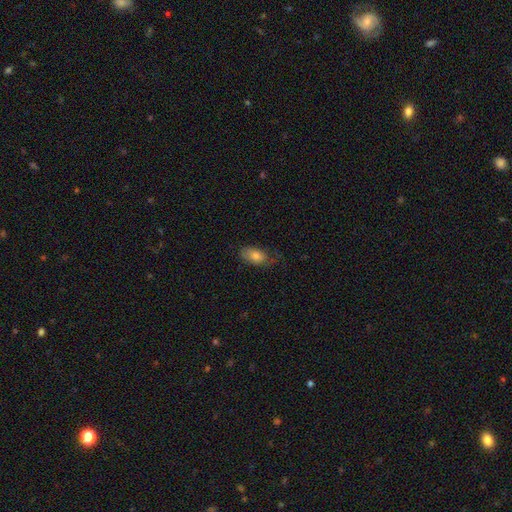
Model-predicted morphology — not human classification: smooth_or_featured: smooth (p=0.75) [alt: featured or disk p=0.17]
how_rounded: in between (p=0.89) [alt: round p=0.06]
merging: none (p=0.62) [alt: minor disturbance p=0.27]